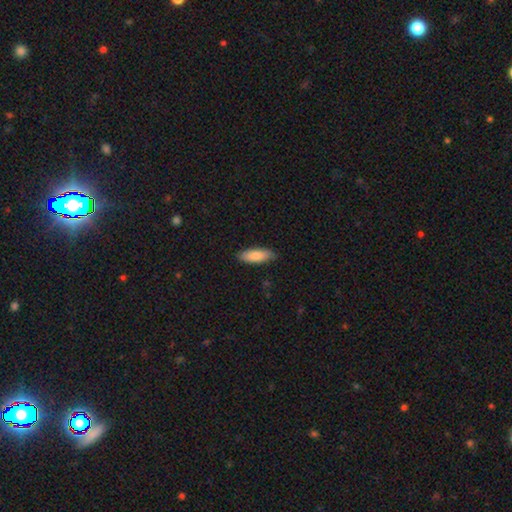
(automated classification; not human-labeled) Morphology: type=smooth (85%); roundness=in between (63%); merging=none (86%).